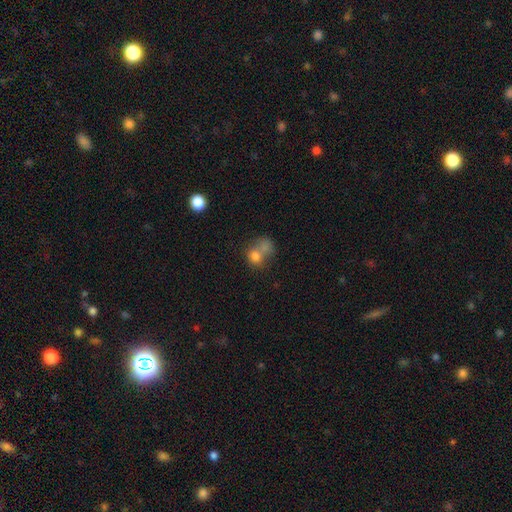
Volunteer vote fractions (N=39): smooth_or_featured: smooth (p=0.85) [alt: featured or disk p=0.08]
how_rounded: round (p=0.58) [alt: in between p=0.42]
merging: merger (p=0.44) [alt: none p=0.42]